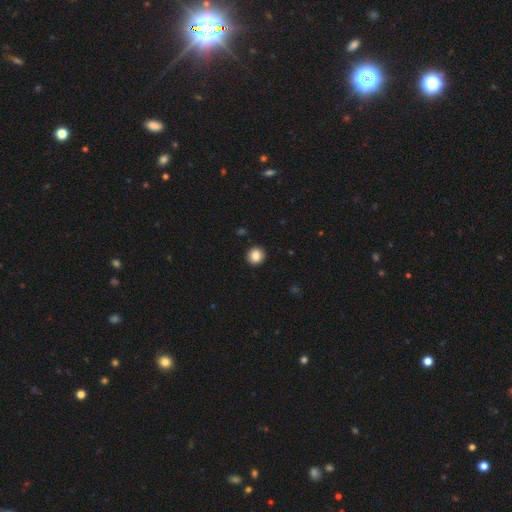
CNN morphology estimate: Smooth or featured?
  - smooth: 86% *
  - star or artifact: 9%
  - featured or disk: 4%
How rounded?
  - round: 90% *
  - in between: 9%
  - cigar-shaped: 1%
Merging?
  - none: 92% *
  - minor disturbance: 5%
  - major disturbance: 2%
  - merger: 1%